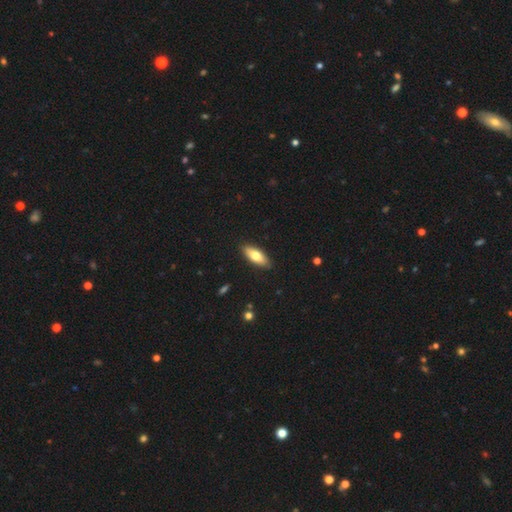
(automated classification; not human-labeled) This appears to be a smooth galaxy with no disk features (72%) that is in between round and cigar-shaped (74%). Merging: none (89%).